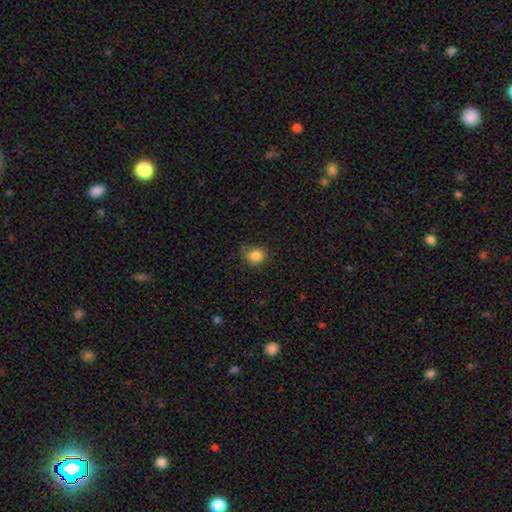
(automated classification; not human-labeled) Morphology: type=smooth (84%); roundness=round (66%); merging=none (70%).